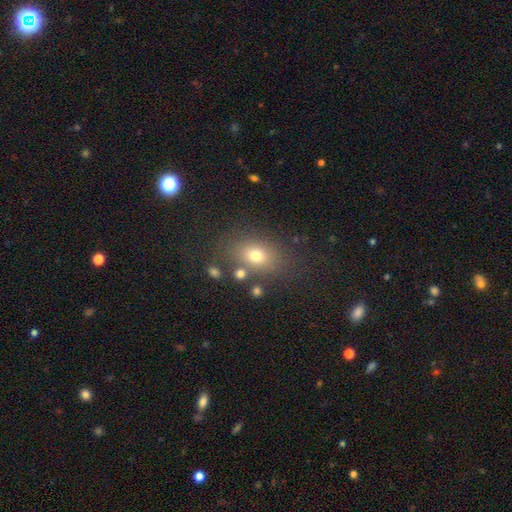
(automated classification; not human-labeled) smooth 71%, star or artifact 16%, featured or disk 13%. Down the decision tree: how rounded — in between (66%); merging — none (76%).